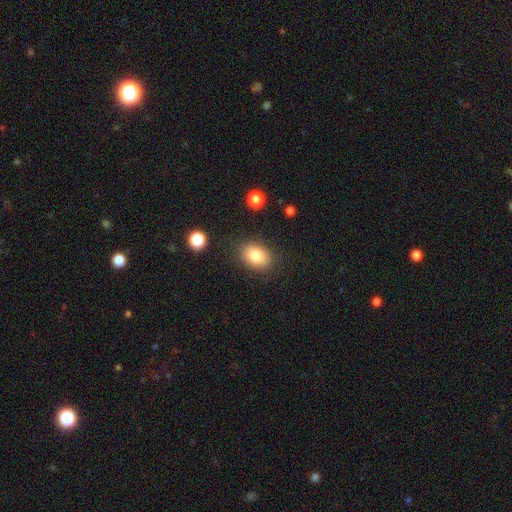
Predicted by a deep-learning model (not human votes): This appears to be a smooth galaxy with no disk features (82%) that is in between round and cigar-shaped (78%). Merging: none (85%).